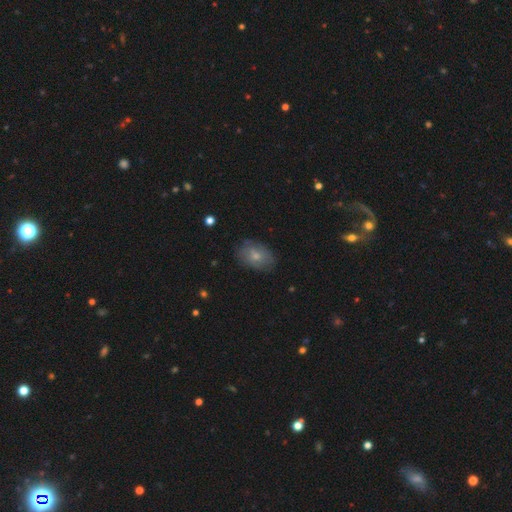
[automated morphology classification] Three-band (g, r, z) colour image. It shows a smooth galaxy with no disk features (64%) that is in between round and cigar-shaped (84%). Merging: none (74%).